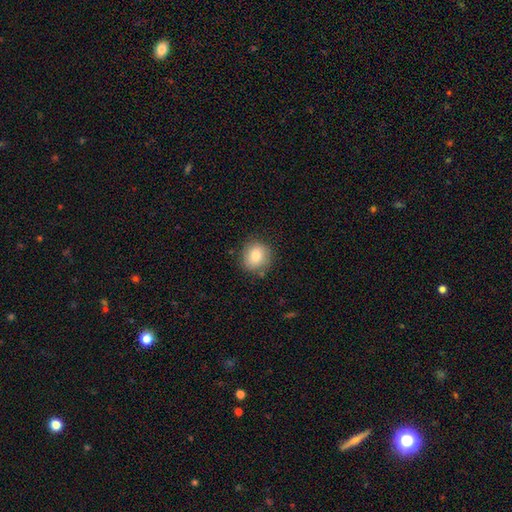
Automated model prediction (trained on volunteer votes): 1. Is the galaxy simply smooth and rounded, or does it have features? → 79% smooth, 12% featured or disk, 9% star or artifact.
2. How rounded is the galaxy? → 82% round, 17% in between, 1% cigar-shaped.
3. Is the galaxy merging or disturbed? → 82% none, 12% minor disturbance, 3% major disturbance, 2% merger.